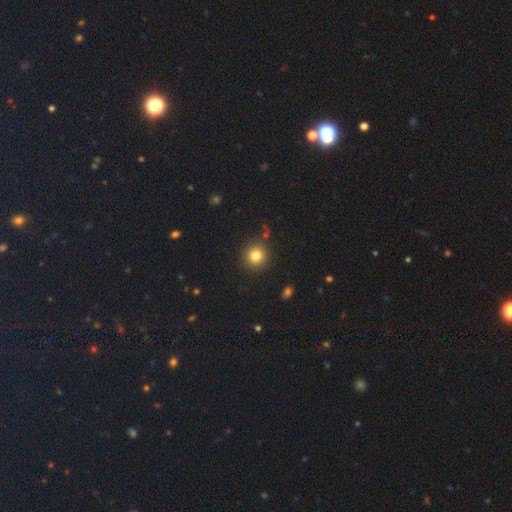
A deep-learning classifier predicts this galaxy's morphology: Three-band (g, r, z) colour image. It shows a smooth galaxy with no disk features (81%) that is round (94%). Merging: none (89%).